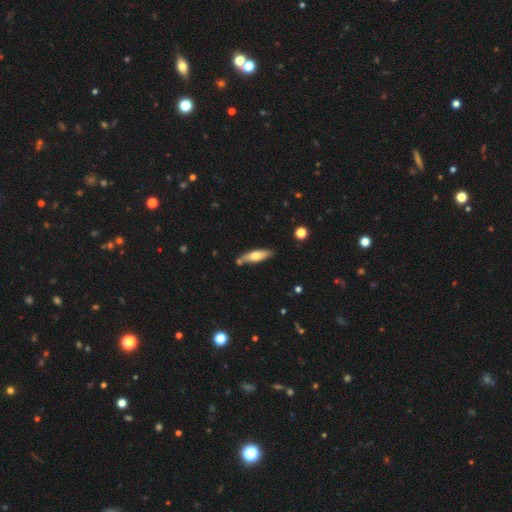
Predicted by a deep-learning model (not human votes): A smooth galaxy with no disk features (60%) that is cigar-shaped (55%).

Vote fractions:
- Smooth or featured? smooth: 60% / featured or disk: 34% / star or artifact: 6%
- How rounded? cigar-shaped: 55% / in between: 43% / round: 2%
- Merging? none: 75% / minor disturbance: 16% / merger: 7% / major disturbance: 3%